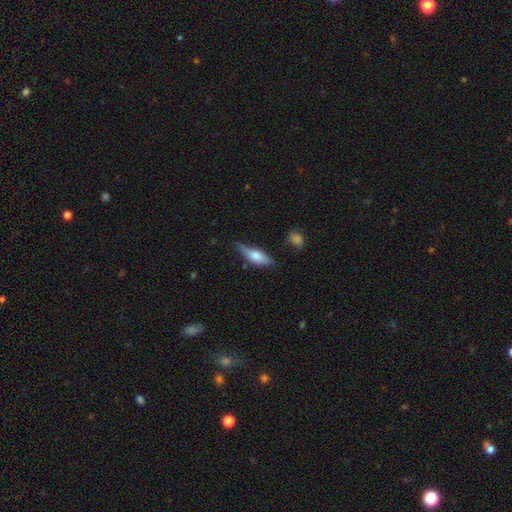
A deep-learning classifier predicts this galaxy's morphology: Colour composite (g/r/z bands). It shows a smooth galaxy with no disk features (54%) that is in between round and cigar-shaped (51%). Merging: none (61%).